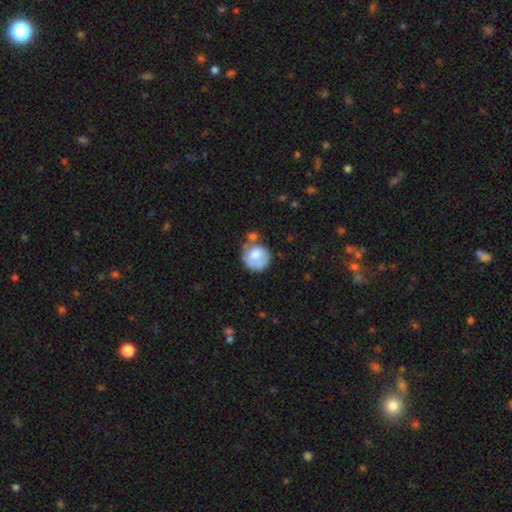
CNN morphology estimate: Q: Smooth or featured?
A: smooth (70%); runner-up: featured or disk (23%)
Q: How rounded?
A: round (85%); runner-up: in between (14%)
Q: Merging?
A: none (47%); runner-up: minor disturbance (23%)